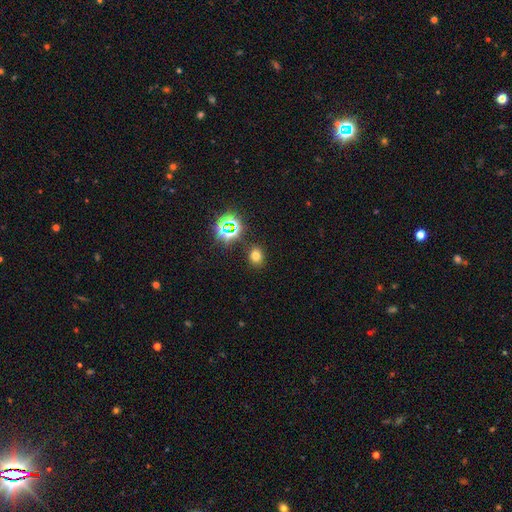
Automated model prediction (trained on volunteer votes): A smooth galaxy with no disk features (69%) that is round (60%).

Vote fractions:
- Smooth or featured? smooth: 69% / star or artifact: 23% / featured or disk: 7%
- How rounded? round: 60% / in between: 39% / cigar-shaped: 1%
- Merging? none: 85% / minor disturbance: 9% / major disturbance: 3% / merger: 3%